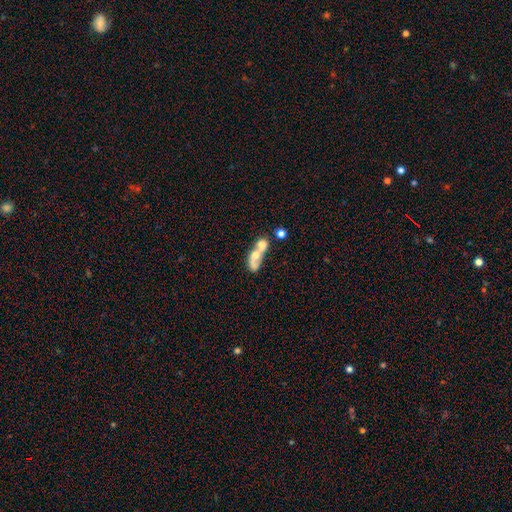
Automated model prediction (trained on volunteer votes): Smooth or featured?
  - smooth: 46% *
  - featured or disk: 45%
  - star or artifact: 9%
Merging?
  - merger: 70% *
  - none: 13%
  - major disturbance: 11%
  - minor disturbance: 7%